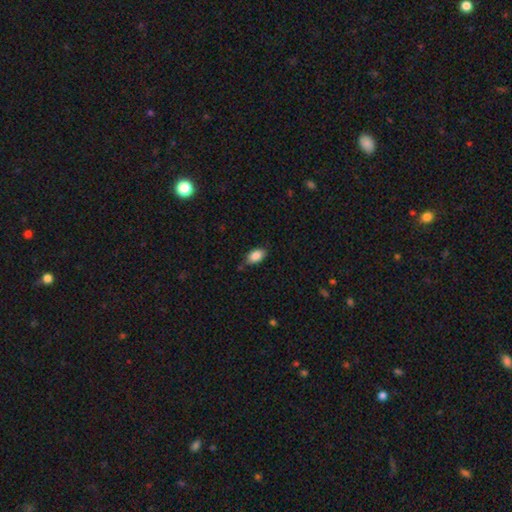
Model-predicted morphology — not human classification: Smooth or featured?
  - smooth: 87% *
  - star or artifact: 7%
  - featured or disk: 5%
How rounded?
  - in between: 92% *
  - round: 5%
  - cigar-shaped: 2%
Merging?
  - none: 75% *
  - minor disturbance: 19%
  - major disturbance: 3%
  - merger: 3%